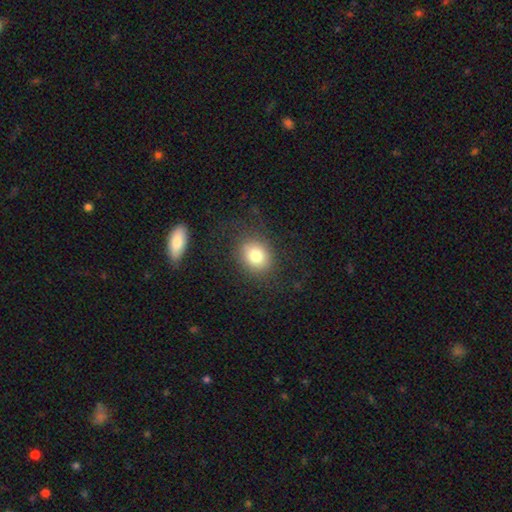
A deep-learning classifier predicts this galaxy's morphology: smooth 79%, star or artifact 11%, featured or disk 10%. Down the decision tree: how rounded — round (58%); merging — none (78%).